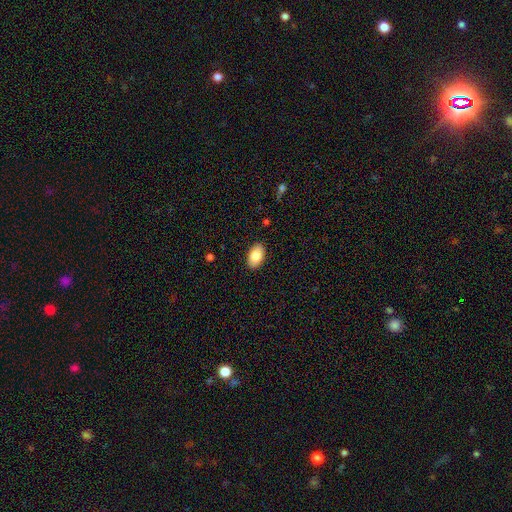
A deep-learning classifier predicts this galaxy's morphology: A smooth galaxy with no disk features (85%) that is in between round and cigar-shaped (94%).

Vote fractions:
- Smooth or featured? smooth: 85% / featured or disk: 8% / star or artifact: 7%
- How rounded? in between: 94% / round: 5% / cigar-shaped: 1%
- Merging? none: 89% / minor disturbance: 8% / major disturbance: 2% / merger: 1%